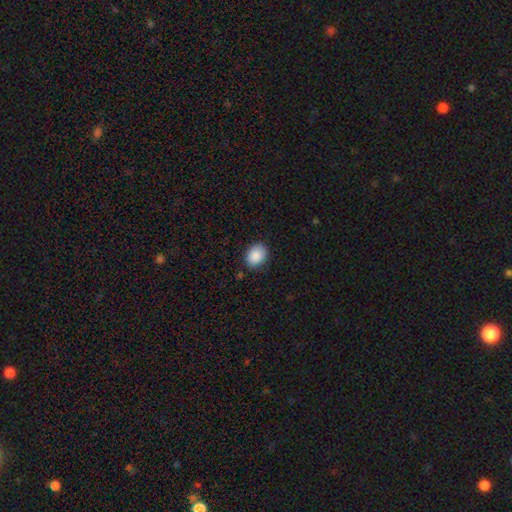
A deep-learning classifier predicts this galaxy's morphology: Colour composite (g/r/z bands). It shows a smooth galaxy with no disk features (89%) that is in between round and cigar-shaped (59%). Merging: none (85%).